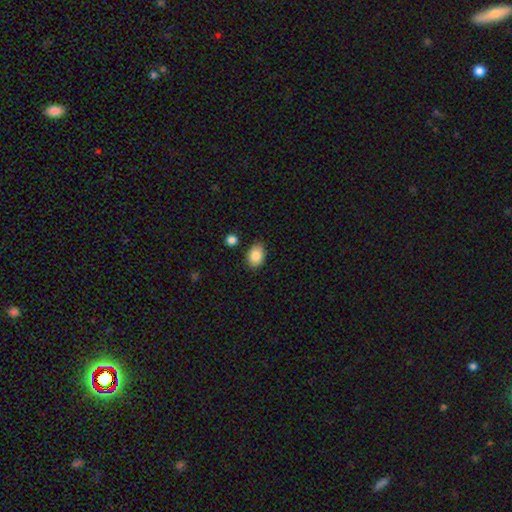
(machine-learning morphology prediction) Smooth or featured? Predicted: smooth (p=0.86). How rounded? Predicted: in between (p=0.79). Merging? Predicted: none (p=0.80).